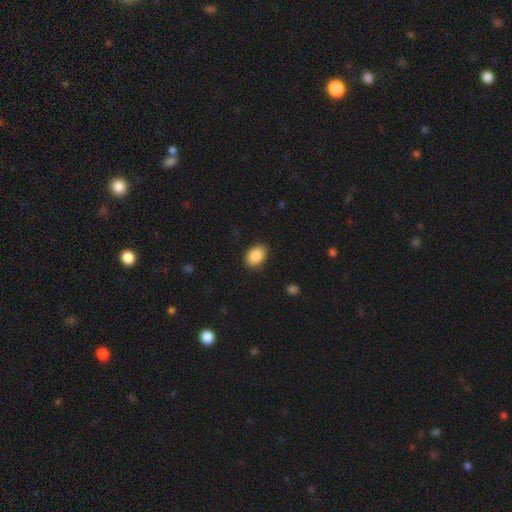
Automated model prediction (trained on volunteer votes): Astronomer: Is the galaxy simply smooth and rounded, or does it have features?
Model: smooth — 88%.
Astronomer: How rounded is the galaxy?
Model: in between — 81%.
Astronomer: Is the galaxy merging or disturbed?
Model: none — 87%.